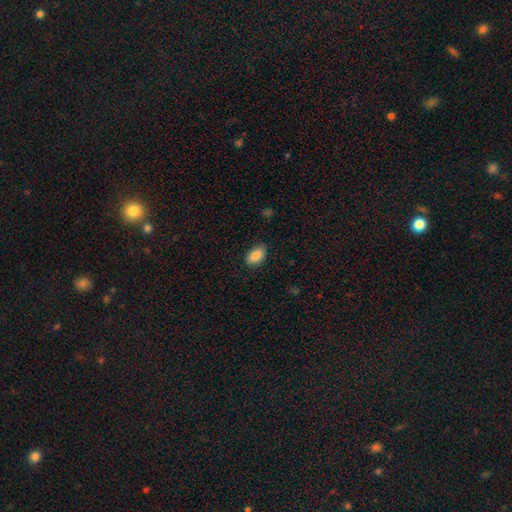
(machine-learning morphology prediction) smooth-or-featured: smooth: 86% | star or artifact: 7% | featured or disk: 6%
  how-rounded: in between: 91% | round: 7% | cigar-shaped: 2%
  merging: none: 83% | minor disturbance: 14% | major disturbance: 3% | merger: 1%